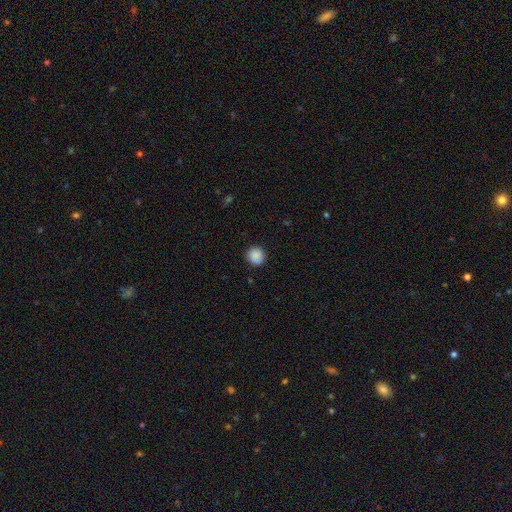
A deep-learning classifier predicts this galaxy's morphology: type=smooth (88%); roundness=round (90%); merging=none (88%).